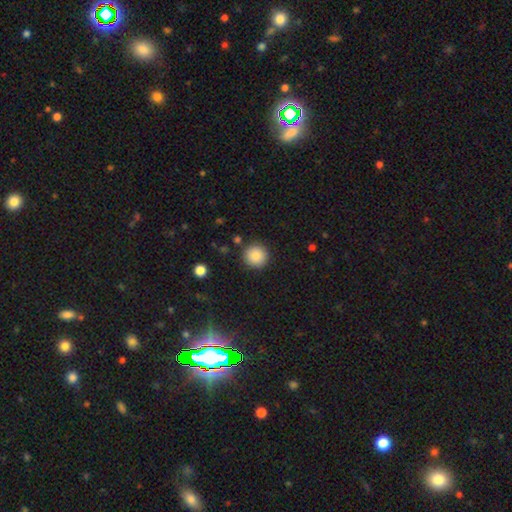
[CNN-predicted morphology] type=smooth (86%); roundness=round (95%); merging=none (89%).